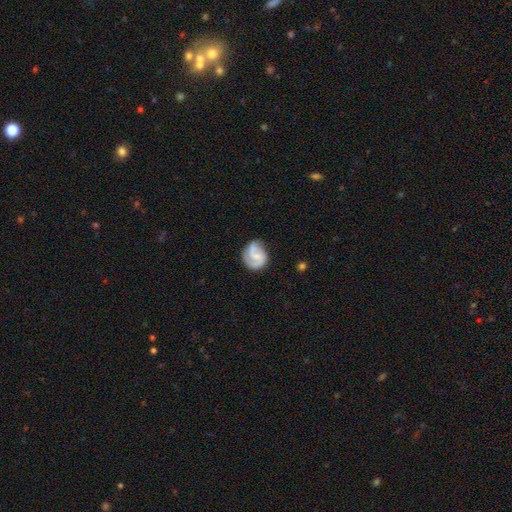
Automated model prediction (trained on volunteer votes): smooth-or-featured: featured or disk: 77% | smooth: 18% | star or artifact: 6%
  disk-edge-on: no: 98% | yes: 2%
    bar: weak: 47% | no: 41% | strong: 12%
    has-spiral-arms: yes: 95% | no: 5%
      spiral-winding: medium: 48% | tight: 31% | loose: 21%
      spiral-arm-count: 2: 80% | 1: 8% | can't tell: 6% | 3: 4% | 4: 1% | more than 4: 1%
    bulge-size: small: 51% | none: 24% | moderate: 22% | large: 2% | dominant: 1%
  merging: none: 70% | minor disturbance: 20% | major disturbance: 8% | merger: 2%